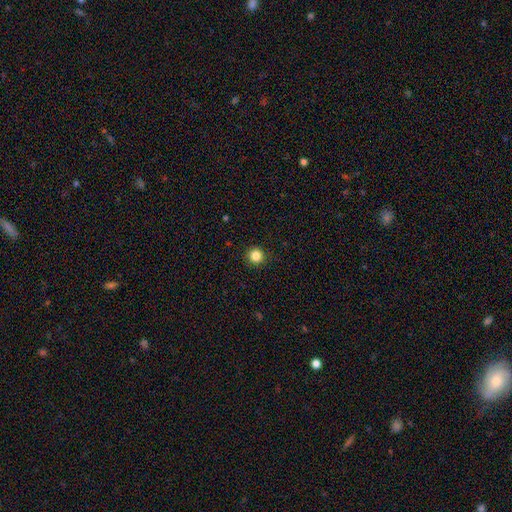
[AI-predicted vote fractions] The model was most divided on "smooth or featured": smooth: 85%, star or artifact: 11%, featured or disk: 4%. More confident: how rounded — round (95%); merging — none (92%).